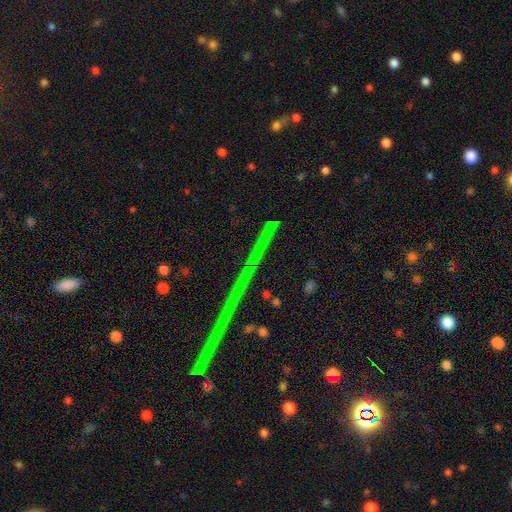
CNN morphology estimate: smooth-or-featured: star or artifact: 65% | featured or disk: 23% | smooth: 12%